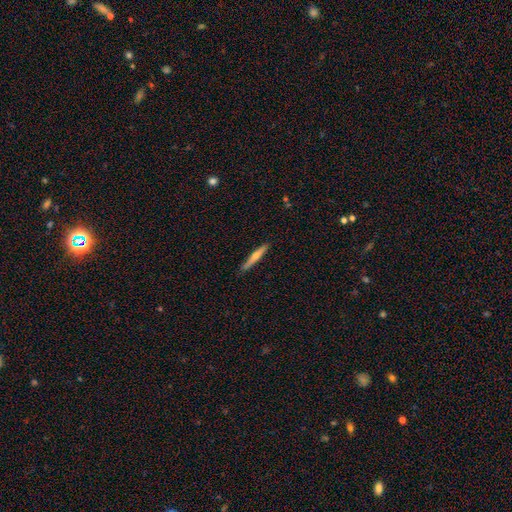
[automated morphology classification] A featured or disk galaxy (56%) viewed edge-on (96%) with a rounded central bulge (81%).

Vote fractions:
- Smooth or featured? featured or disk: 56% / smooth: 38% / star or artifact: 6%
- Edge-on disk? yes: 96% / no: 4%
- Edge-on bulge? rounded: 81% / none: 15% / boxy: 4%
- Merging? none: 88% / minor disturbance: 10% / major disturbance: 2% / merger: 1%